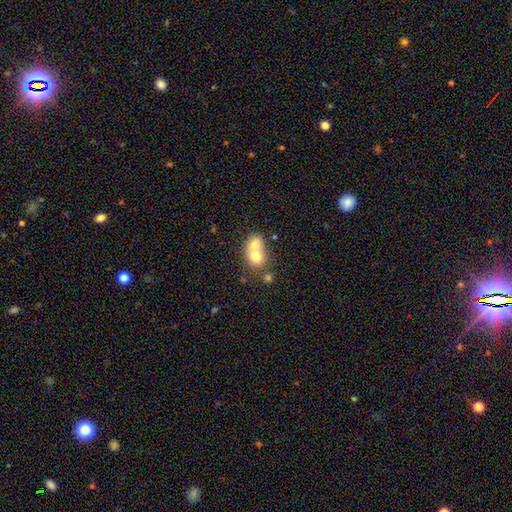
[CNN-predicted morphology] smooth-or-featured: smooth: 68% | featured or disk: 23% | star or artifact: 9%
  how-rounded: round: 60% | in between: 39% | cigar-shaped: 1%
  merging: merger: 71% | none: 21% | minor disturbance: 6% | major disturbance: 3%